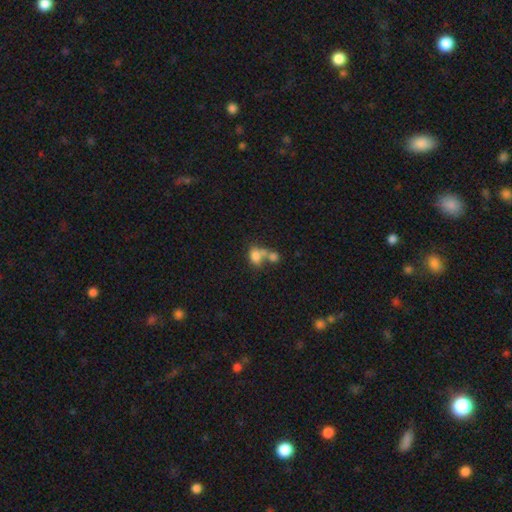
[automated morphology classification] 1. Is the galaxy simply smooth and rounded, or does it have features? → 76% smooth, 14% featured or disk, 11% star or artifact.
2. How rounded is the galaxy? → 64% in between, 35% round, 2% cigar-shaped.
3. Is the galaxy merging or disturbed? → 58% merger, 25% none, 9% minor disturbance, 7% major disturbance.